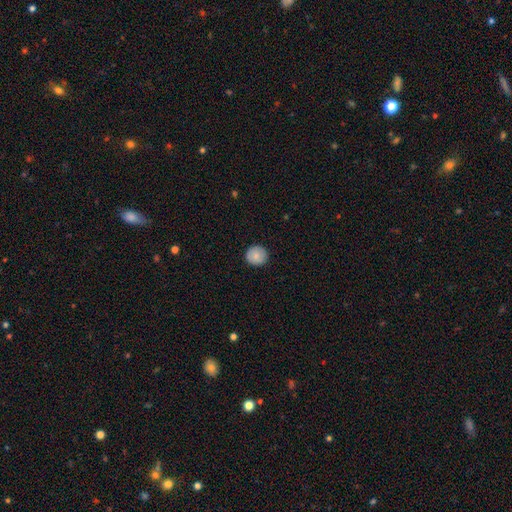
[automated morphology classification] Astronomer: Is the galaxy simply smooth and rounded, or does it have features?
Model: smooth — 85%.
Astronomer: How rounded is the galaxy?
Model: round — 92%.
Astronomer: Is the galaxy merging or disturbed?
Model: none — 90%.